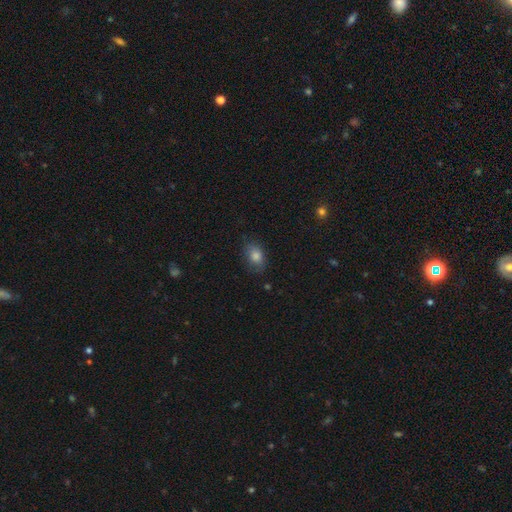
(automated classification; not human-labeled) The model was most divided on "merging": none: 76%, minor disturbance: 18%, major disturbance: 4%, merger: 1%. More confident: how rounded — in between (80%); smooth or featured — smooth (79%).